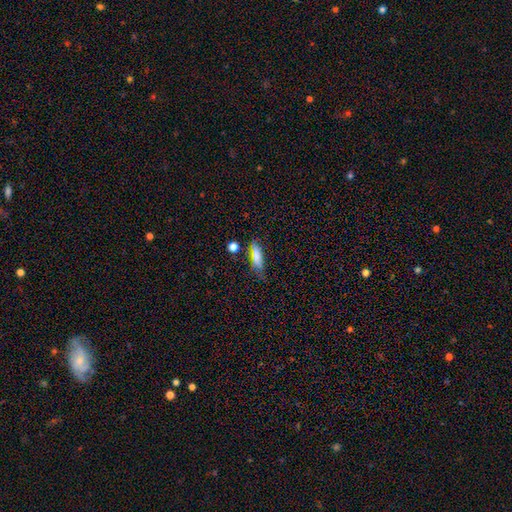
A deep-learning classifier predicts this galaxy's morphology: The model was most divided on "how rounded": cigar-shaped: 60%, in between: 36%, round: 4%. More confident: smooth or featured — smooth (75%); merging — none (65%).